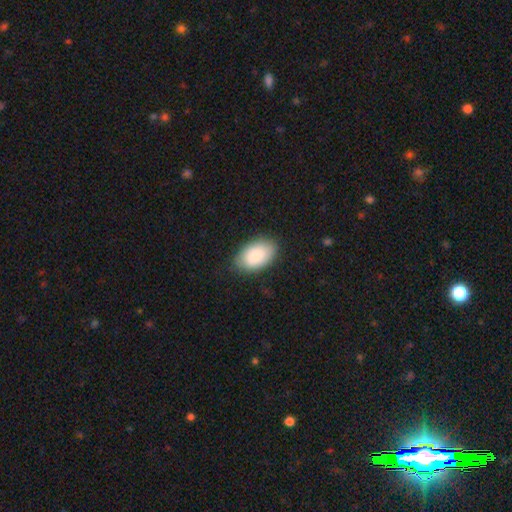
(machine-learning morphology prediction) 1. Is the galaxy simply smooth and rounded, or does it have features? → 87% smooth, 7% featured or disk, 6% star or artifact.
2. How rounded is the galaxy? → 93% in between, 6% round, 1% cigar-shaped.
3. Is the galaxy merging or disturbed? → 82% none, 14% minor disturbance, 3% major disturbance, 1% merger.